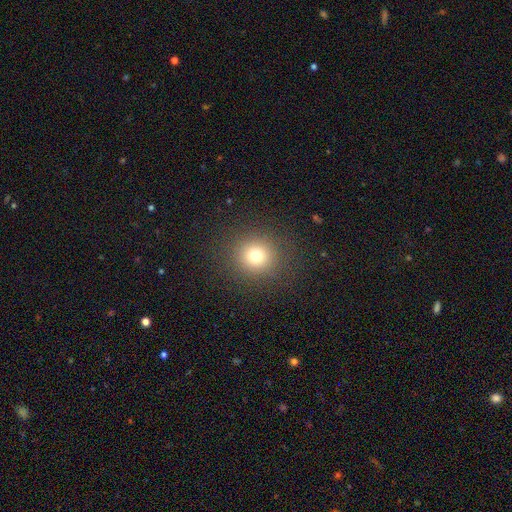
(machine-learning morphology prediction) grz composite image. It shows a smooth galaxy with no disk features (74%) that is round (92%). Merging: none (89%).